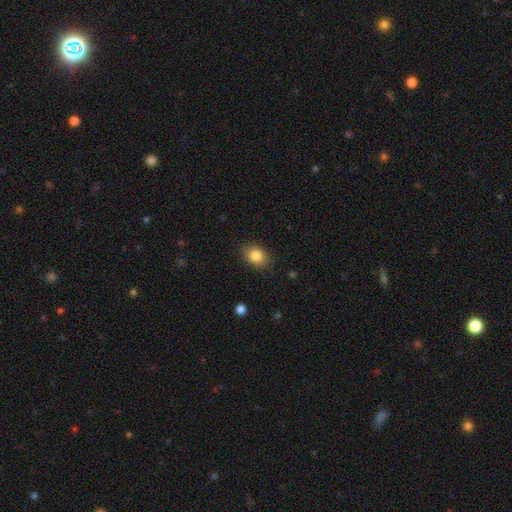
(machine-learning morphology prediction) Smooth or featured? smooth (85%)
How rounded? in between (71%)
Merging? none (87%)